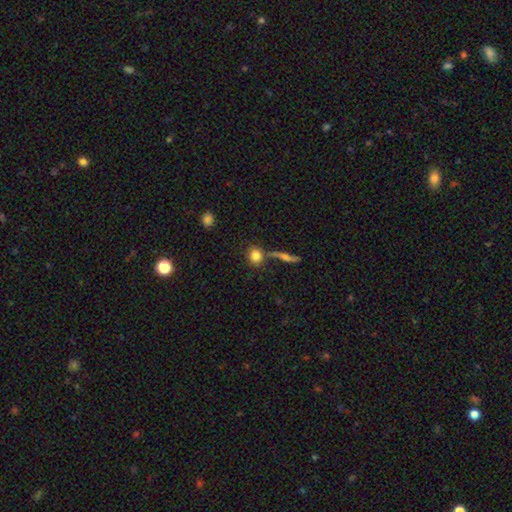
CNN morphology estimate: A smooth galaxy with no disk features (80%) that is round (82%).

Vote fractions:
- Smooth or featured? smooth: 80% / featured or disk: 10% / star or artifact: 9%
- How rounded? round: 82% / in between: 15% / cigar-shaped: 3%
- Merging? none: 67% / merger: 18% / minor disturbance: 10% / major disturbance: 4%